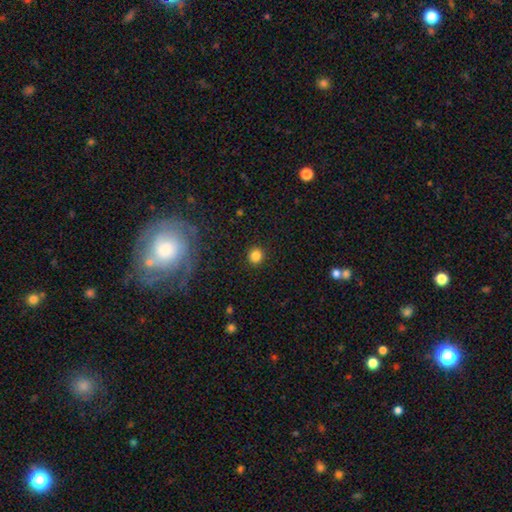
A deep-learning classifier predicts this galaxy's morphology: Smooth or featured? smooth (83%)
How rounded? round (90%)
Merging? none (91%)